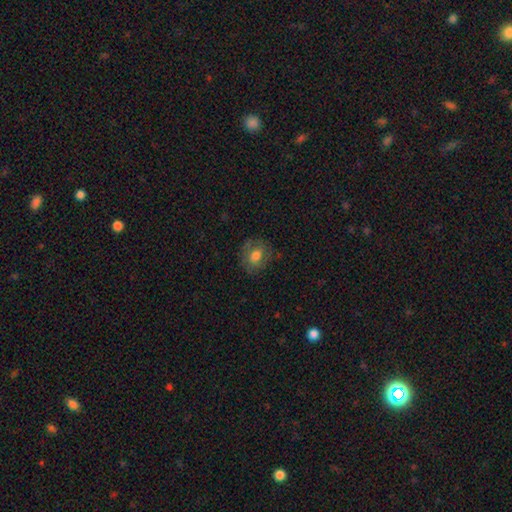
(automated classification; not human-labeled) smooth 65%, featured or disk 25%, star or artifact 10%. Down the decision tree: how rounded — round (54%); merging — none (74%).